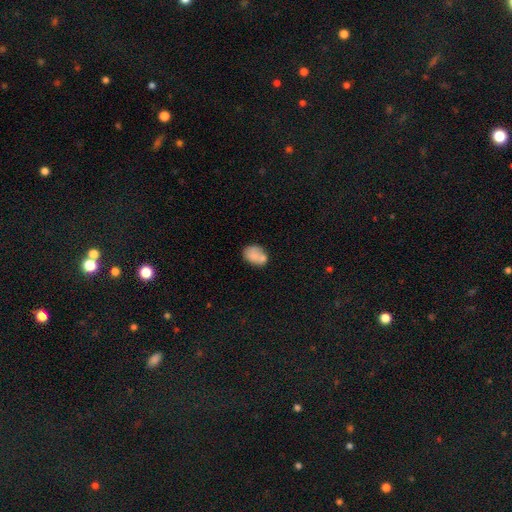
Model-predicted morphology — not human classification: Smooth or featured: smooth — 75% (featured or disk — 17%)
How rounded: in between — 74% (round — 24%)
Merging: none — 49% (merger — 26%)